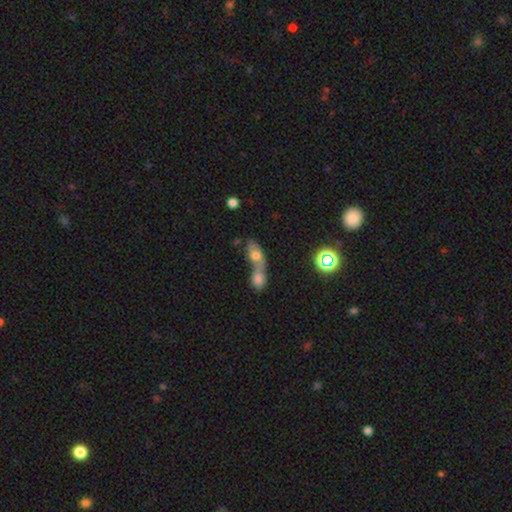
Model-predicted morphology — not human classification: A smooth galaxy with no disk features (59%) that is in between round and cigar-shaped (60%). Merging: merger (74%).